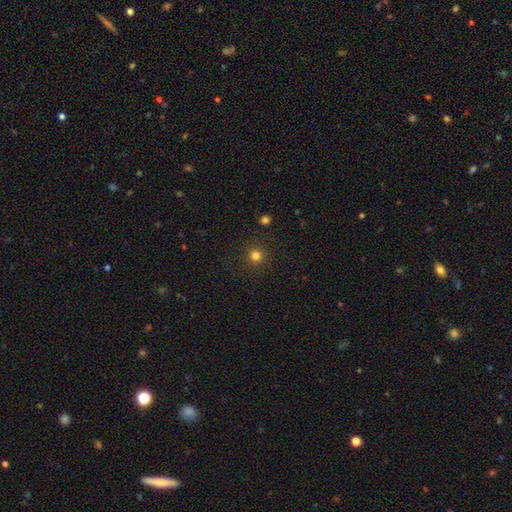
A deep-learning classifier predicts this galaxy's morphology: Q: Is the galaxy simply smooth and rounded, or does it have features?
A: smooth — 80%.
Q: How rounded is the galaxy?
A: round — 95%.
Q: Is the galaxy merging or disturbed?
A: none — 91%.